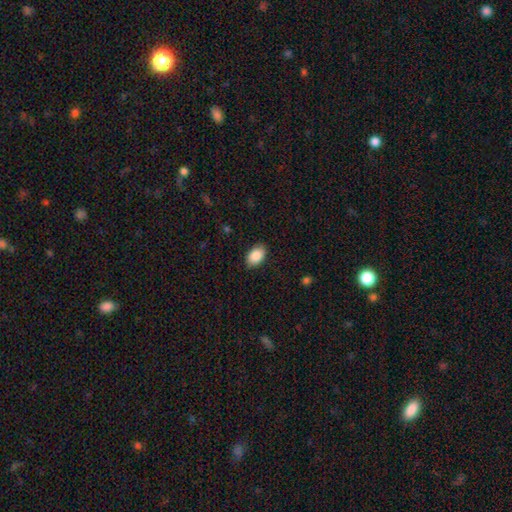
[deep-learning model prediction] Smooth or featured? Predicted: smooth (p=0.88). How rounded? Predicted: in between (p=0.91). Merging? Predicted: none (p=0.88).